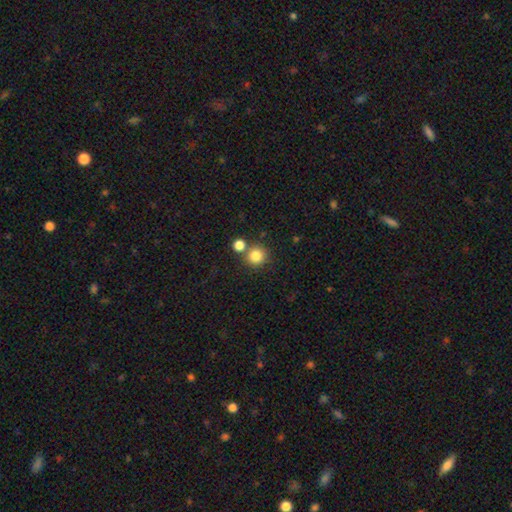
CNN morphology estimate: Smooth or featured?
  - smooth: 83% *
  - star or artifact: 11%
  - featured or disk: 6%
How rounded?
  - round: 93% *
  - in between: 6%
  - cigar-shaped: 1%
Merging?
  - none: 71% *
  - merger: 19%
  - minor disturbance: 7%
  - major disturbance: 3%